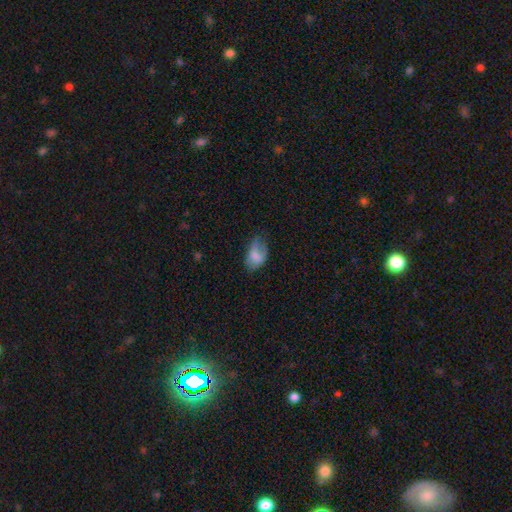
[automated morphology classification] smooth-or-featured: smooth: 70% | featured or disk: 21% | star or artifact: 9%
  how-rounded: in between: 88% | round: 10% | cigar-shaped: 2%
  merging: none: 41% | minor disturbance: 36% | major disturbance: 21% | merger: 2%